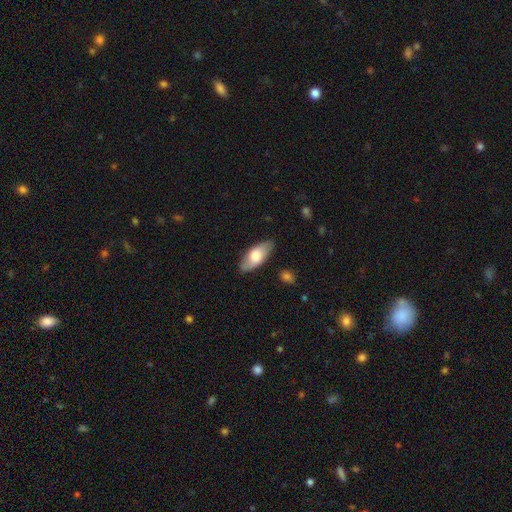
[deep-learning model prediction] Morphology: type=smooth (68%); roundness=in between (84%); merging=none (83%).